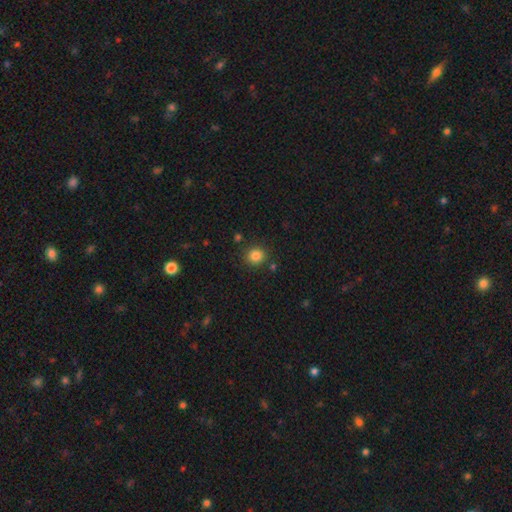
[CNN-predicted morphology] A smooth galaxy with no disk features (84%) that is round (88%).

Vote fractions:
- Smooth or featured? smooth: 84% / star or artifact: 12% / featured or disk: 5%
- How rounded? round: 88% / in between: 11% / cigar-shaped: 1%
- Merging? none: 87% / minor disturbance: 7% / merger: 3% / major disturbance: 2%